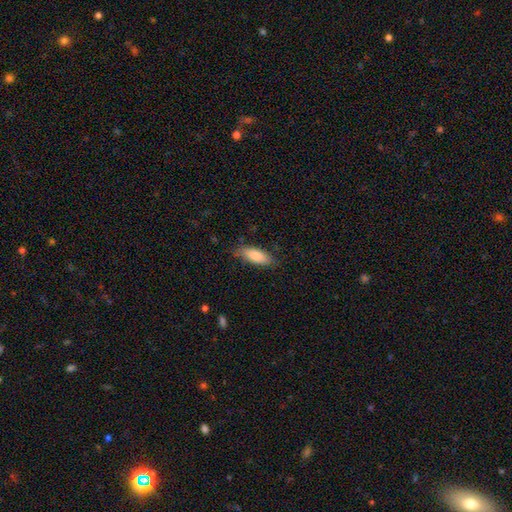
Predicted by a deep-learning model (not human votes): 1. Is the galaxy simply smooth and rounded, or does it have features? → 85% smooth, 9% featured or disk, 6% star or artifact.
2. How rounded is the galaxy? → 70% in between, 28% cigar-shaped, 2% round.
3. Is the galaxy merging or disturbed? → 75% none, 19% minor disturbance, 4% major disturbance, 1% merger.